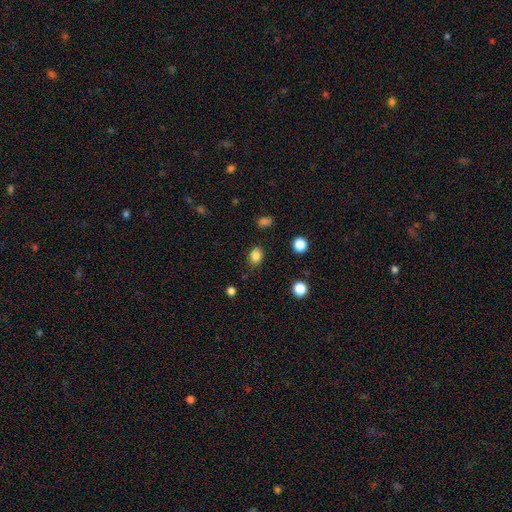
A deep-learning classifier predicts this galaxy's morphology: type=smooth (84%); roundness=in between (57%); merging=none (84%).